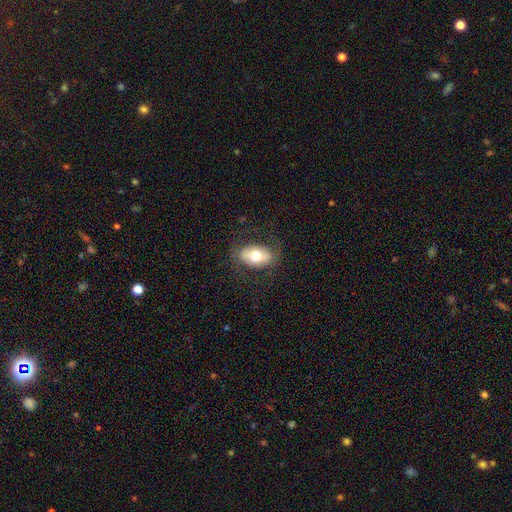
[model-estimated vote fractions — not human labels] A smooth galaxy with no disk features (63%) that is in between round and cigar-shaped (86%).

Vote fractions:
- Smooth or featured? smooth: 63% / featured or disk: 29% / star or artifact: 7%
- How rounded? in between: 86% / round: 12% / cigar-shaped: 2%
- Merging? none: 78% / minor disturbance: 14% / major disturbance: 7% / merger: 1%